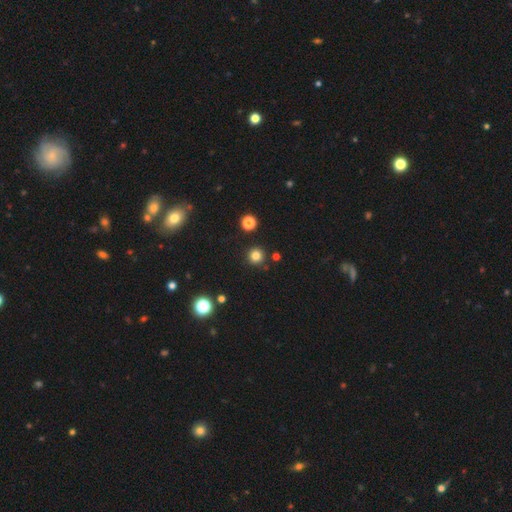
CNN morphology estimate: smooth 80%, star or artifact 15%, featured or disk 5%. Down the decision tree: how rounded — round (95%); merging — none (89%).